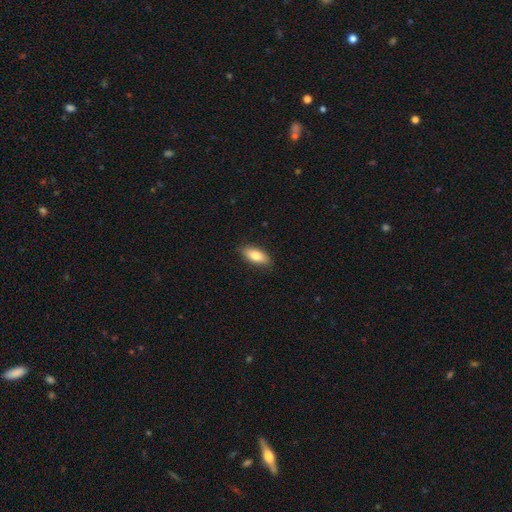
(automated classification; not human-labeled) A smooth galaxy with no disk features (78%) that is in between round and cigar-shaped (83%). Merging: none (87%).